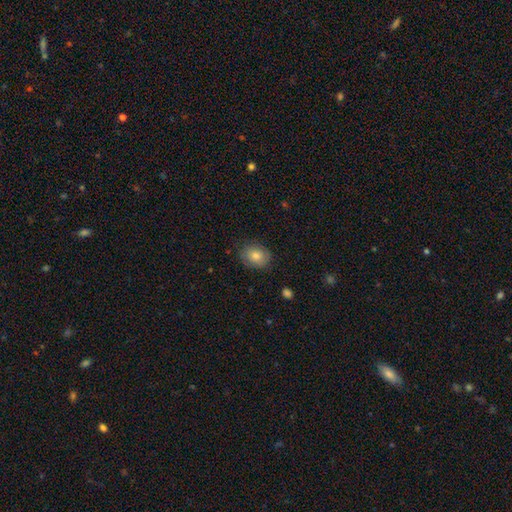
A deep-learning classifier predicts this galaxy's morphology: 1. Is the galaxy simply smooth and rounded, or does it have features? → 78% smooth, 12% featured or disk, 10% star or artifact.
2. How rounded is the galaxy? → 53% in between, 46% round, 1% cigar-shaped.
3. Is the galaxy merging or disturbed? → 84% none, 12% minor disturbance, 3% major disturbance, 1% merger.